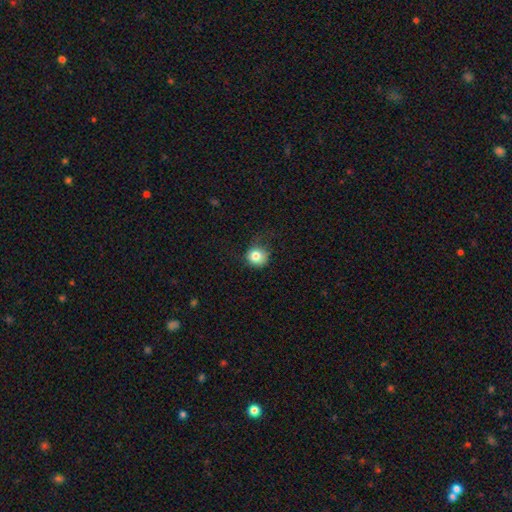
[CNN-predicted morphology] A smooth galaxy with no disk features (81%) that is round (86%). Merging: none (58%).